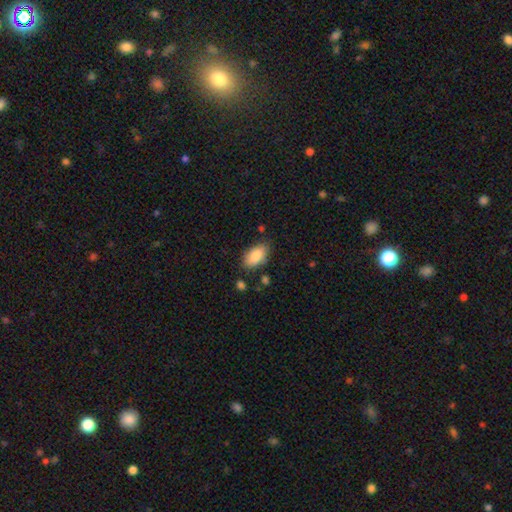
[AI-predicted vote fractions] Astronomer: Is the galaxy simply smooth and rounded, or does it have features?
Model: smooth — 86%.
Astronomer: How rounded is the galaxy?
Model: in between — 93%.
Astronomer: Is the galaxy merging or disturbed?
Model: none — 79%.